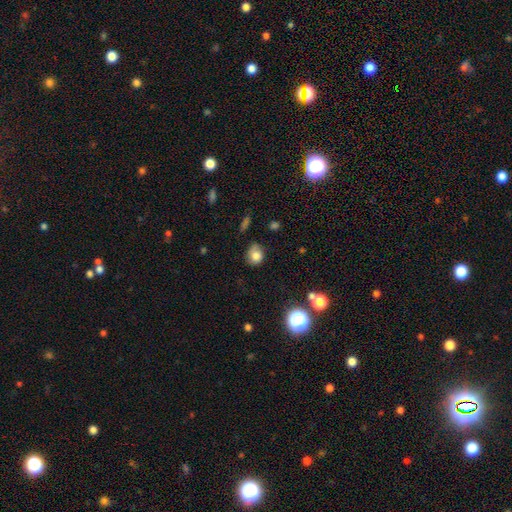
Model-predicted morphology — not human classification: Overall: smooth (78%). How rounded: round (66%; in between 33%). Merging: none (63%; minor disturbance 27%).